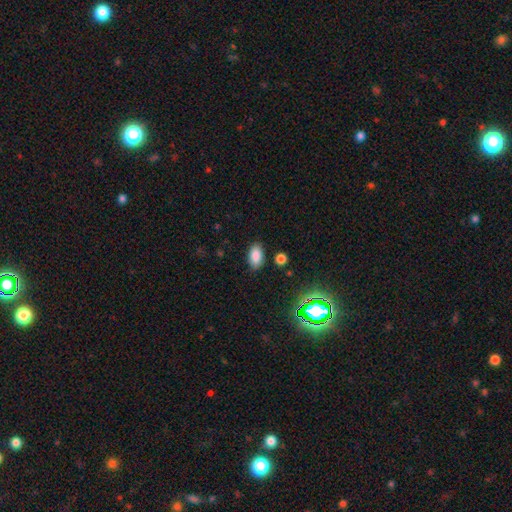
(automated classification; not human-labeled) This is clearly a smooth galaxy (84%). How rounded: clearly in between (92%). Merging: clearly none (85%).